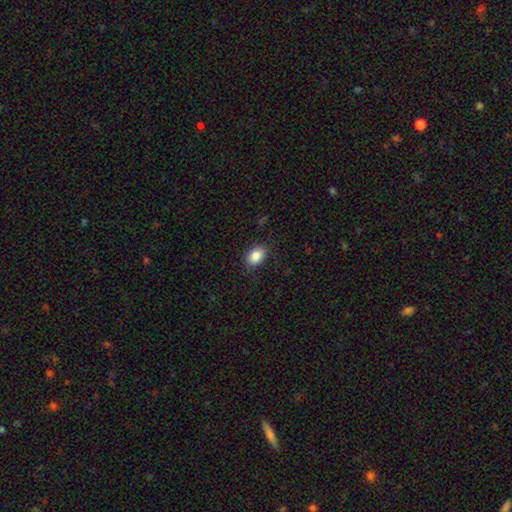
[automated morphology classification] This is clearly a smooth galaxy (86%). How rounded: likely in between (76%). Merging: clearly none (84%).